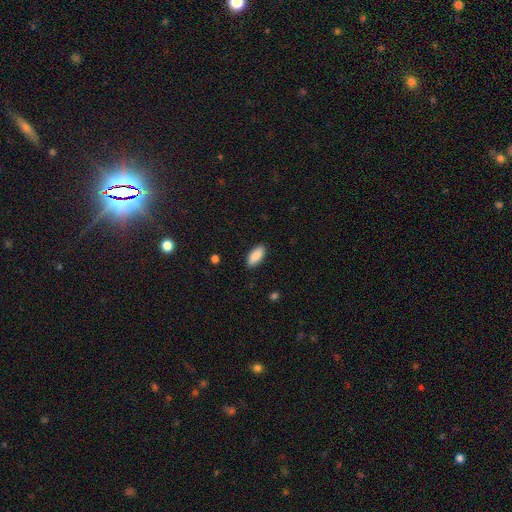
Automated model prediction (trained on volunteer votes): A smooth galaxy with no disk features (88%) that is in between round and cigar-shaped (89%). Merging: none (88%).